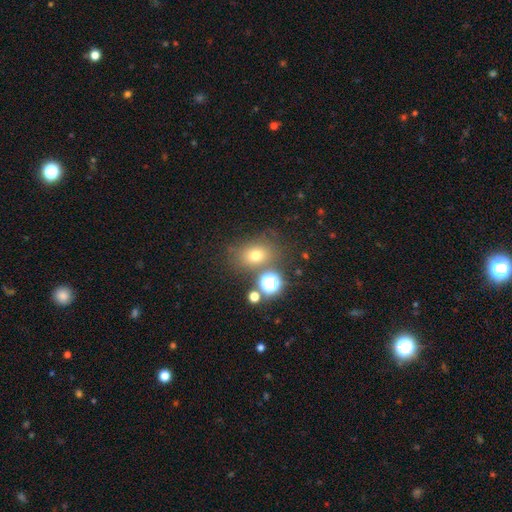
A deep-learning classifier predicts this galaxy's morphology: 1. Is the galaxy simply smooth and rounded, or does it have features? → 68% smooth, 20% star or artifact, 12% featured or disk.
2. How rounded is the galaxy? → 52% in between, 47% round, 1% cigar-shaped.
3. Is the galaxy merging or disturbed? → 70% none, 13% minor disturbance, 11% merger, 6% major disturbance.